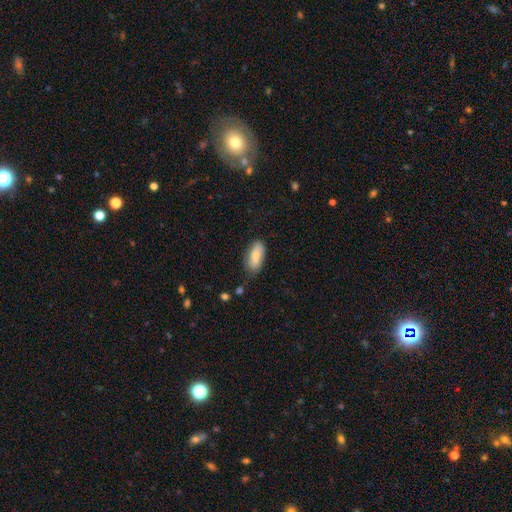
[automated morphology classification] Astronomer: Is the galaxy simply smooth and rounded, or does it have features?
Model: smooth — 81%.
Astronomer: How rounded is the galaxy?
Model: in between — 88%.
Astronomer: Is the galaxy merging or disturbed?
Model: none — 67%.